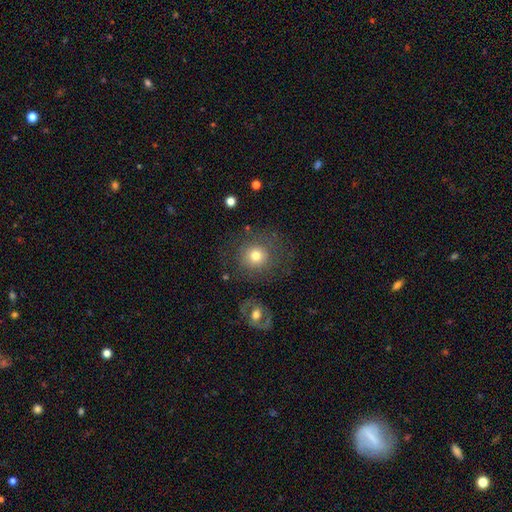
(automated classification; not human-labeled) Smooth or featured?
  - smooth: 72% *
  - featured or disk: 16%
  - star or artifact: 12%
How rounded?
  - round: 88% *
  - in between: 11%
  - cigar-shaped: 1%
Merging?
  - none: 74% *
  - minor disturbance: 12%
  - major disturbance: 9%
  - merger: 5%